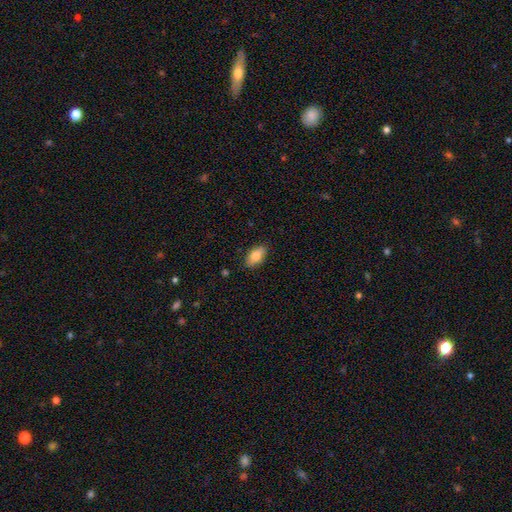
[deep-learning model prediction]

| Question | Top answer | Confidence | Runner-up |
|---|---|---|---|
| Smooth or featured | smooth | 83% | featured or disk (10%) |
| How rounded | in between | 91% | round (5%) |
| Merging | none | 85% | minor disturbance (11%) |